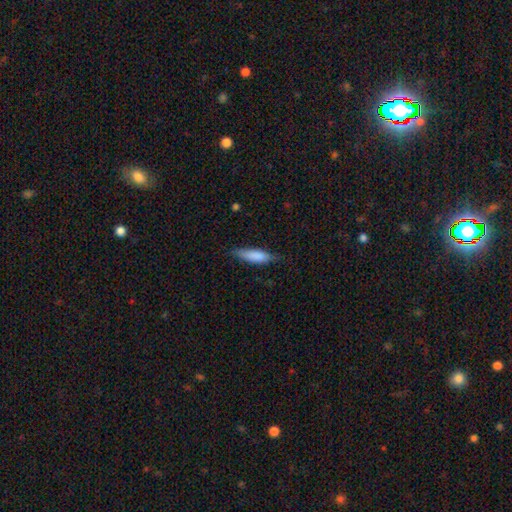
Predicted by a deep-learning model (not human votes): Smooth or featured: smooth — 80% (featured or disk — 14%)
How rounded: cigar-shaped — 61% (in between — 38%)
Merging: none — 77% (minor disturbance — 19%)